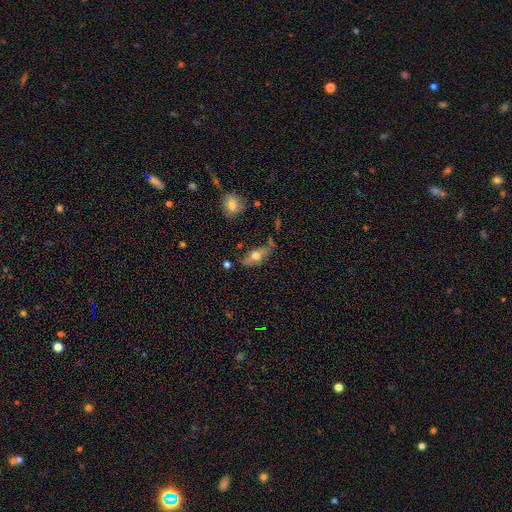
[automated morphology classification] A smooth galaxy with no disk features (52%) that is in between round and cigar-shaped (70%). Merging: none (68%).